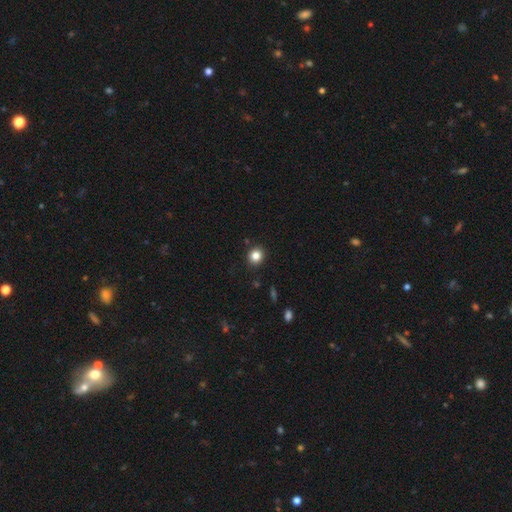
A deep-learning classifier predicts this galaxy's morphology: smooth_or_featured: smooth (p=0.83) [alt: star or artifact p=0.12]
how_rounded: round (p=0.84) [alt: in between p=0.15]
merging: none (p=0.90) [alt: minor disturbance p=0.06]